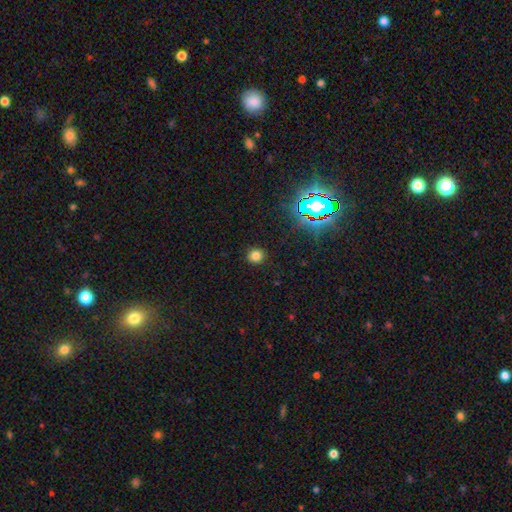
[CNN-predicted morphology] This appears to be a smooth galaxy with no disk features (77%) that is round (88%). Merging: none (90%).